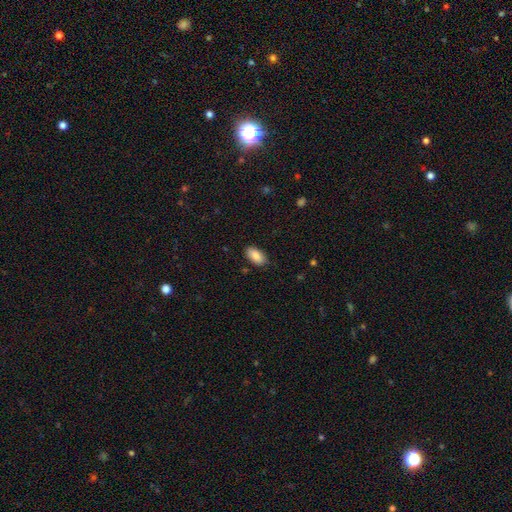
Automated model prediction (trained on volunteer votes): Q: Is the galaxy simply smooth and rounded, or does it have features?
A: smooth — 86%.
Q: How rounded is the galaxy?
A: in between — 94%.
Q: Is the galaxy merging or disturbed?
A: none — 86%.